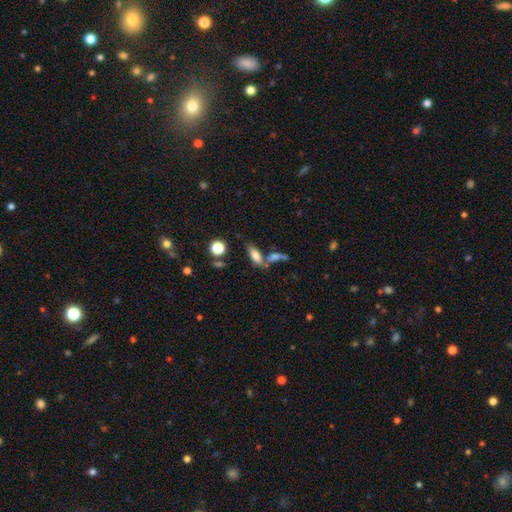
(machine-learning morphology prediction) Smooth or featured: smooth — 70% (featured or disk — 20%)
How rounded: in between — 69% (cigar-shaped — 27%)
Merging: none — 53% (merger — 29%)